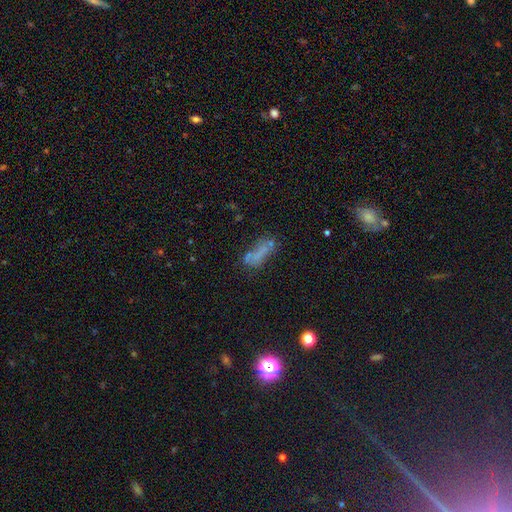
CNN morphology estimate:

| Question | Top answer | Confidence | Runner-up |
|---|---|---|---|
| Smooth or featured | smooth | 54% | featured or disk (27%) |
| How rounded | in between | 61% | cigar-shaped (34%) |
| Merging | none | 46% | minor disturbance (21%) |